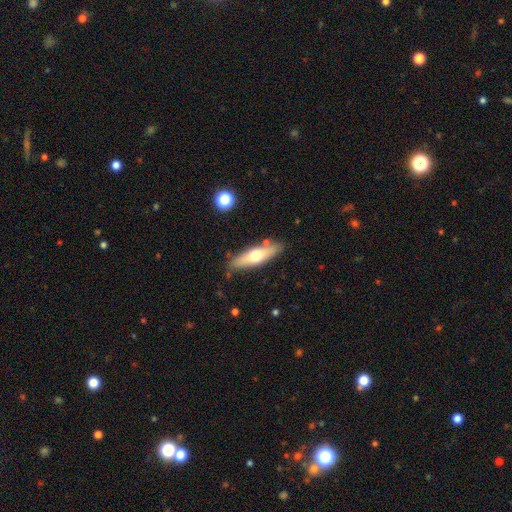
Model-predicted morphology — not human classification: Overall: smooth (52%; featured or disk 42%). How rounded: cigar-shaped (61%; in between 37%). Merging: none (81%).